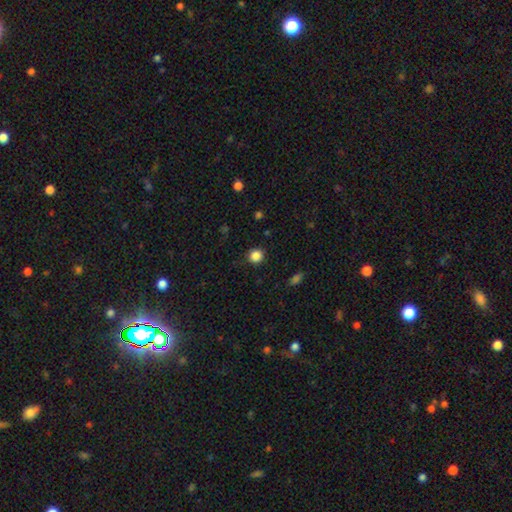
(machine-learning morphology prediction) This is clearly a smooth galaxy (85%). How rounded: clearly round (91%). Merging: clearly none (89%).